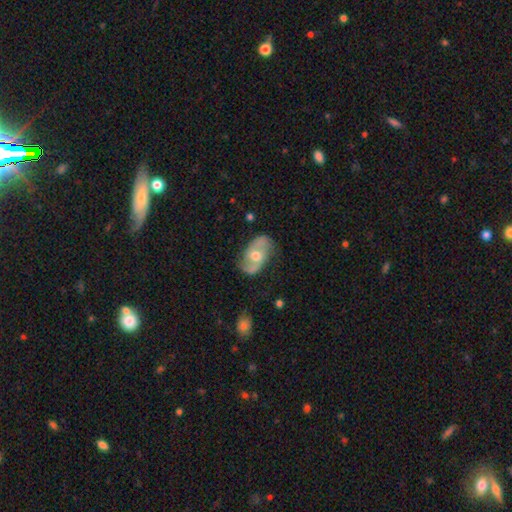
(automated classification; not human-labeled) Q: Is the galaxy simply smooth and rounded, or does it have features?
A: featured or disk — 78%.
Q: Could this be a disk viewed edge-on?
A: no — 96%.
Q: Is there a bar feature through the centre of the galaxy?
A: no — 46%.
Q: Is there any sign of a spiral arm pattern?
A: yes — 91%.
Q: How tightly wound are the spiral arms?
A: medium — 44%.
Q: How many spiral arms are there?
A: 2 — 89%.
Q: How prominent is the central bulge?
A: moderate — 72%.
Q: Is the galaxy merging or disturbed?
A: none — 74%.